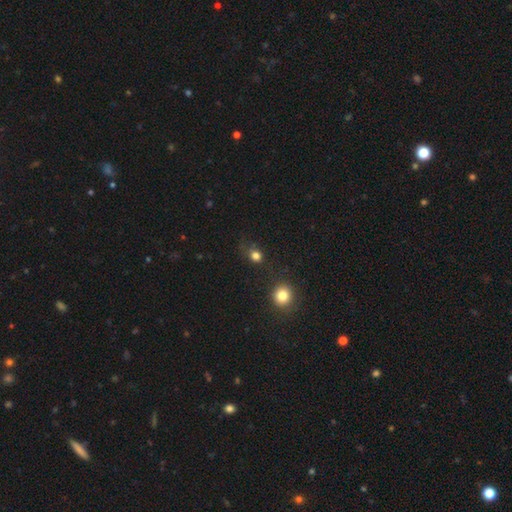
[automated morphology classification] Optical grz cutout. It shows a smooth galaxy with no disk features (78%) that is round (74%). Merging: none (66%).